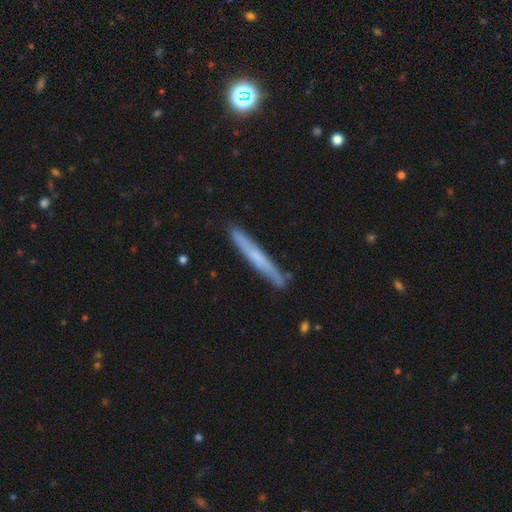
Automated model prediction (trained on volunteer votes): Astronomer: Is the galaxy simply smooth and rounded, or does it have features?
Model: smooth — 49% (runner-up: featured or disk, 45%).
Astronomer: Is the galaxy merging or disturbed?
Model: none — 87%.